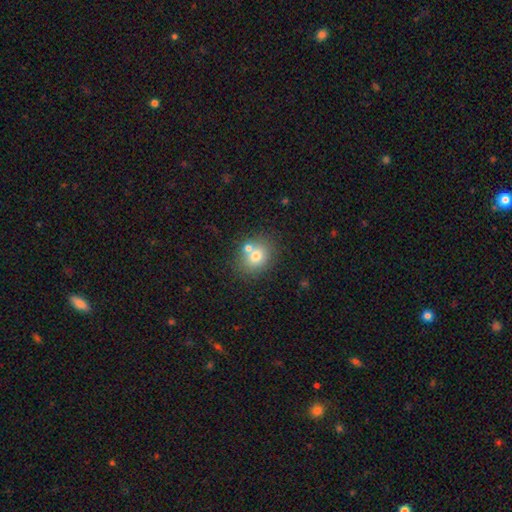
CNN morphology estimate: type=smooth (72%); roundness=round (66%); merging=none (62%).